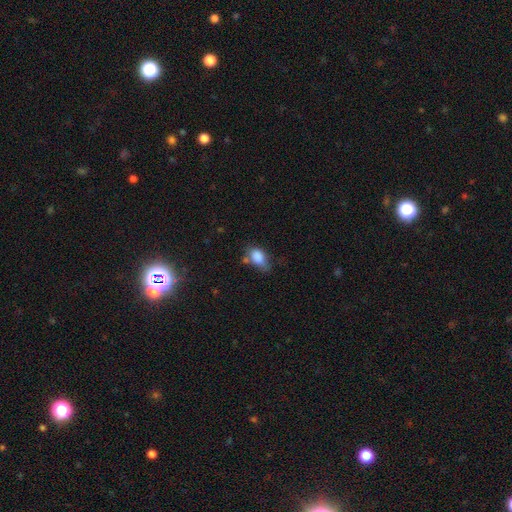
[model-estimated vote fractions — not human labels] Overall: smooth (83%). How rounded: in between (85%). Merging: none (40%; minor disturbance 35%).